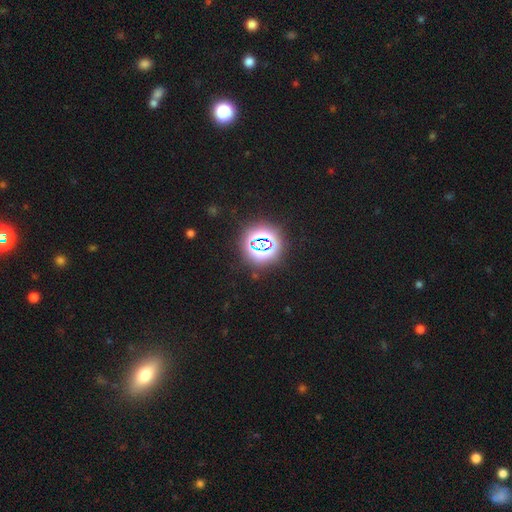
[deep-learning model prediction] star or artifact 64%, smooth 28%, featured or disk 7%.